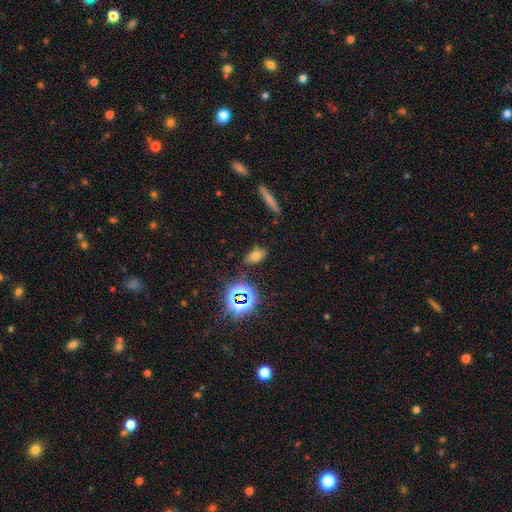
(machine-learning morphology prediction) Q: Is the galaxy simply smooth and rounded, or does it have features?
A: smooth — 65%.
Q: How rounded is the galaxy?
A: in between — 86%.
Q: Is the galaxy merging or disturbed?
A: none — 79%.